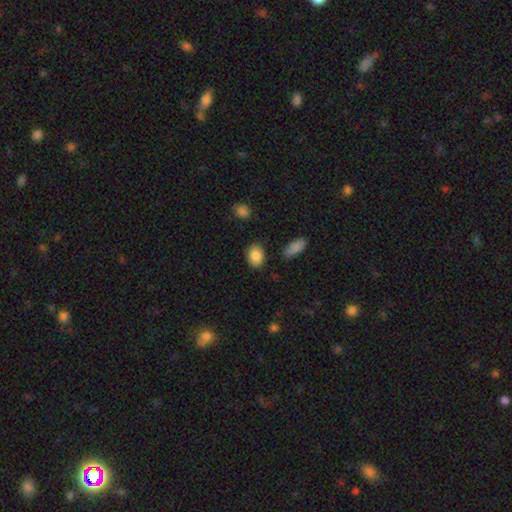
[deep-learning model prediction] Smooth or featured: smooth — 88% (star or artifact — 7%)
How rounded: in between — 75% (round — 24%)
Merging: none — 83% (minor disturbance — 11%)